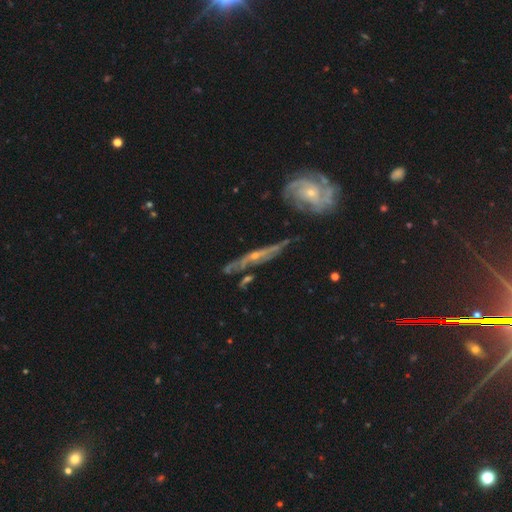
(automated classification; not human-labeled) Q: Smooth or featured?
A: featured or disk (80%); runner-up: smooth (13%)
Q: Edge-on disk?
A: yes (66%); runner-up: no (34%)
Q: Edge-on bulge?
A: rounded (66%); runner-up: none (29%)
Q: Merging?
A: none (68%); runner-up: minor disturbance (17%)